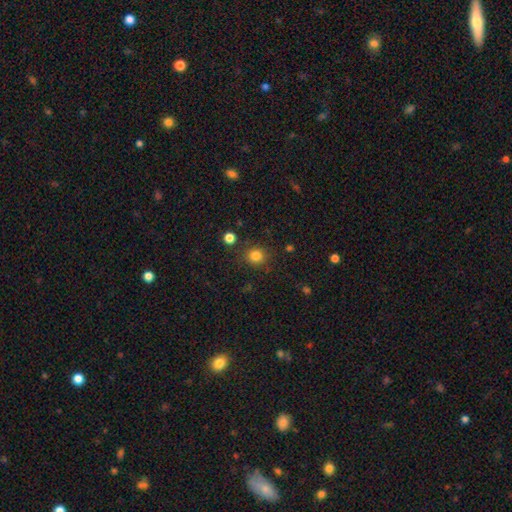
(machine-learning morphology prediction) A smooth galaxy with no disk features (82%) that is round (88%).

Vote fractions:
- Smooth or featured? smooth: 82% / star or artifact: 13% / featured or disk: 5%
- How rounded? round: 88% / in between: 11% / cigar-shaped: 1%
- Merging? none: 84% / minor disturbance: 9% / merger: 3% / major disturbance: 3%